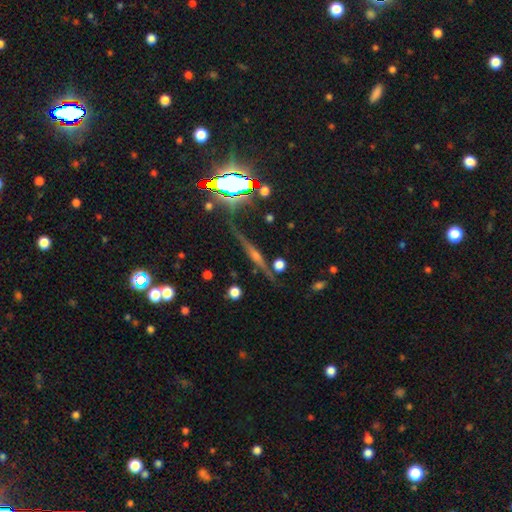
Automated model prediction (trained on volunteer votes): featured or disk 63%, star or artifact 21%, smooth 17%. Down the decision tree: edge-on disk — yes (92%); edge-on bulge — rounded (74%); merging — none (78%).